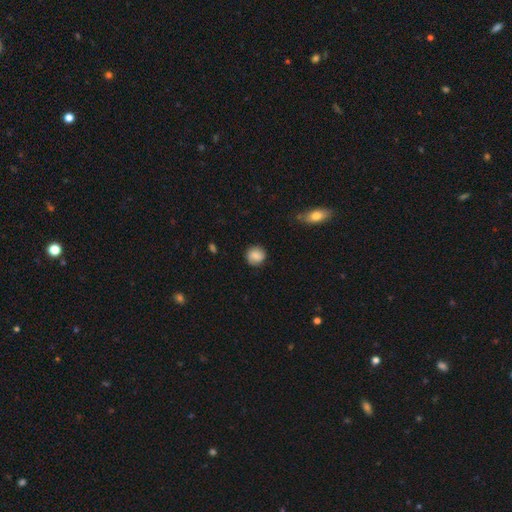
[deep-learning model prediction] Smooth or featured: smooth — 80% (featured or disk — 11%)
How rounded: round — 88% (in between — 11%)
Merging: none — 82% (minor disturbance — 14%)